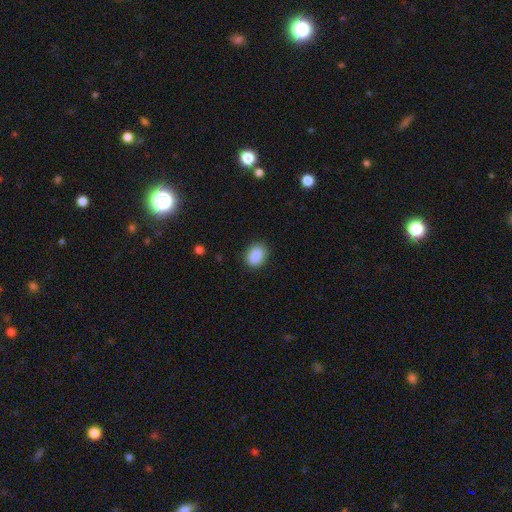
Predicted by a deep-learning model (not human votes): Smooth or featured?
  - smooth: 89% *
  - star or artifact: 8%
  - featured or disk: 3%
How rounded?
  - in between: 70% *
  - round: 29%
  - cigar-shaped: 1%
Merging?
  - none: 86% *
  - minor disturbance: 10%
  - major disturbance: 3%
  - merger: 1%